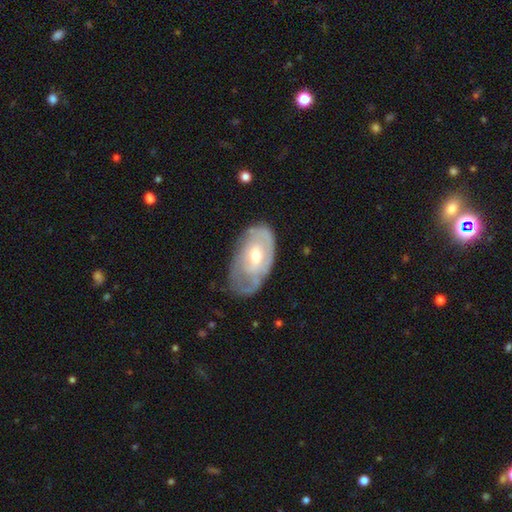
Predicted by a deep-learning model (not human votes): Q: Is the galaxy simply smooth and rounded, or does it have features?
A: featured or disk — 58%.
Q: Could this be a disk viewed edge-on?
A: no — 92%.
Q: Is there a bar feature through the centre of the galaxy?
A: no — 66%.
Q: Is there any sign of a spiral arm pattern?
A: yes — 50%, tied with no.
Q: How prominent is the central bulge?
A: moderate — 61%.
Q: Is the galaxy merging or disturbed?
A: none — 46%.